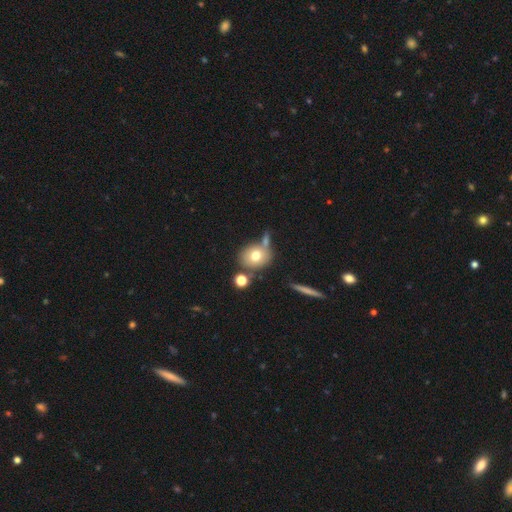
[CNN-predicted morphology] Smooth or featured?
  - smooth: 71% *
  - featured or disk: 18%
  - star or artifact: 11%
How rounded?
  - round: 64% *
  - in between: 35%
  - cigar-shaped: 2%
Merging?
  - none: 60% *
  - merger: 20%
  - minor disturbance: 14%
  - major disturbance: 6%